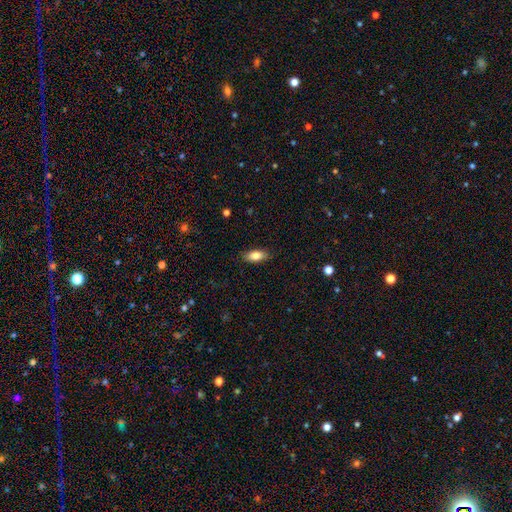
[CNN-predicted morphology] Smooth or featured: smooth — 81% (featured or disk — 12%)
How rounded: in between — 86% (cigar-shaped — 11%)
Merging: none — 86% (minor disturbance — 10%)